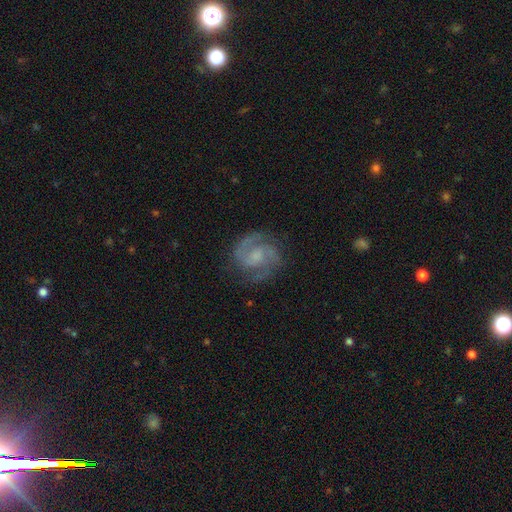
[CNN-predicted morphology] This is clearly a featured or disk galaxy (88%). It is clearly not viewed edge-on (98%). Bar: possibly weak (47%). Spiral arm pattern: clearly yes (98%). Spiral arm count: clearly 2 (86%). Spiral winding: possibly medium (55%). Central bulge: marginally small (37%). Merging: likely none (78%).